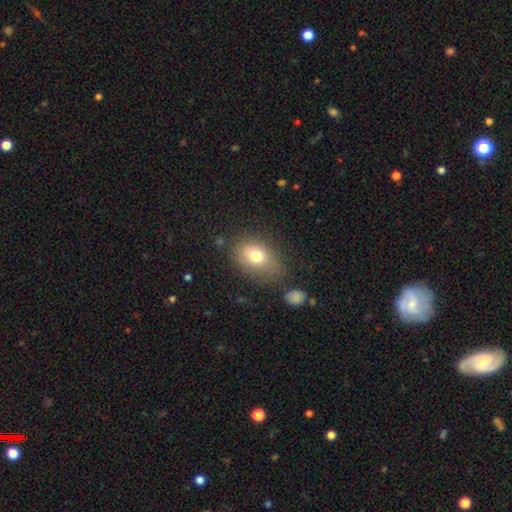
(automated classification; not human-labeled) This is likely a smooth galaxy (74%). How rounded: likely in between (68%). Merging: likely none (68%).